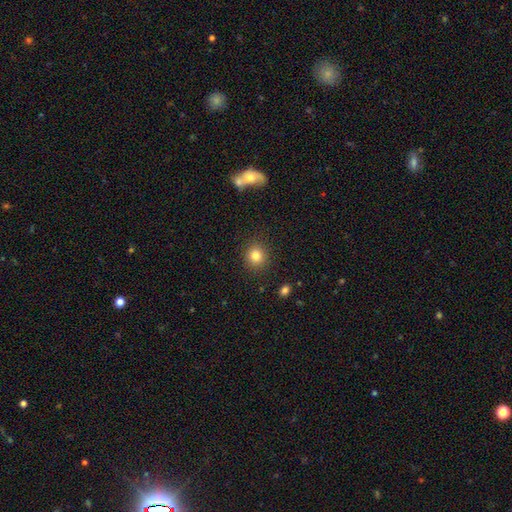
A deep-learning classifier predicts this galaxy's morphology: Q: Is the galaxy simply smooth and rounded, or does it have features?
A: smooth — 82%.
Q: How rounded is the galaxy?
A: round — 87%.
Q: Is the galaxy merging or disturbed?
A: none — 89%.